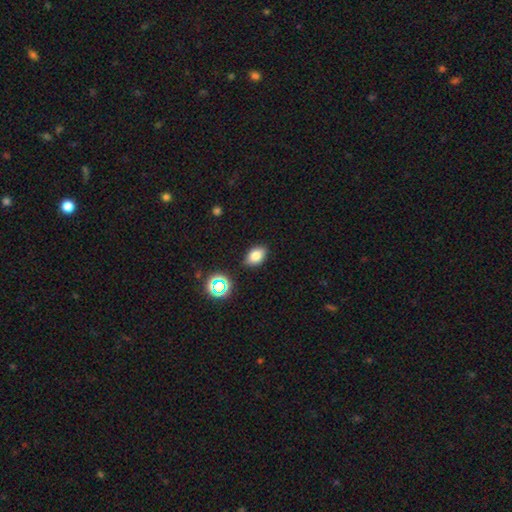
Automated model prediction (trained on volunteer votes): smooth-or-featured: smooth: 77% | star or artifact: 13% | featured or disk: 10%
  how-rounded: in between: 84% | round: 15% | cigar-shaped: 2%
  merging: none: 85% | minor disturbance: 11% | major disturbance: 3% | merger: 2%